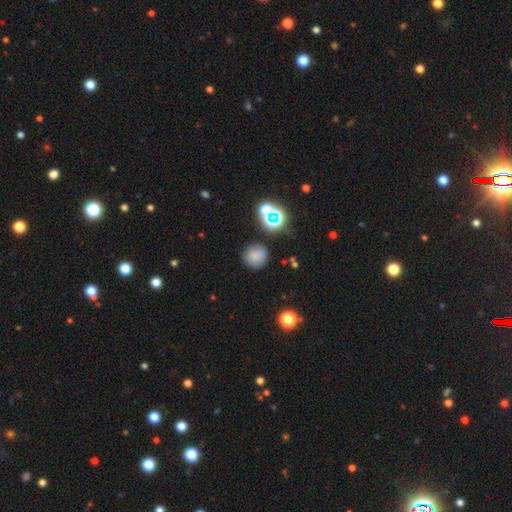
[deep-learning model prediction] Morphology: type=smooth (72%); roundness=round (92%); merging=none (80%).